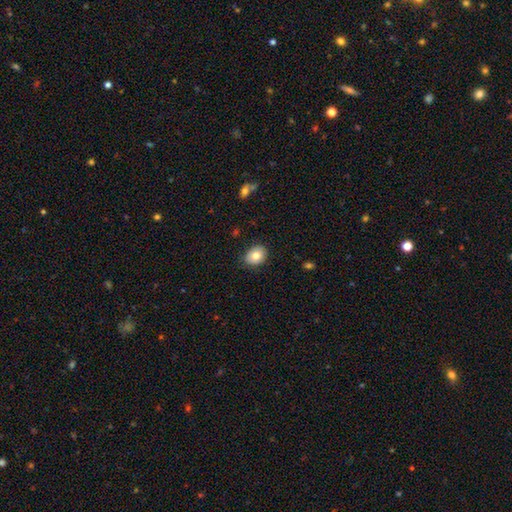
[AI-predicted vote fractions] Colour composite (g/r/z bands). It shows a smooth galaxy with no disk features (82%) that is in between round and cigar-shaped (53%). Merging: none (83%).